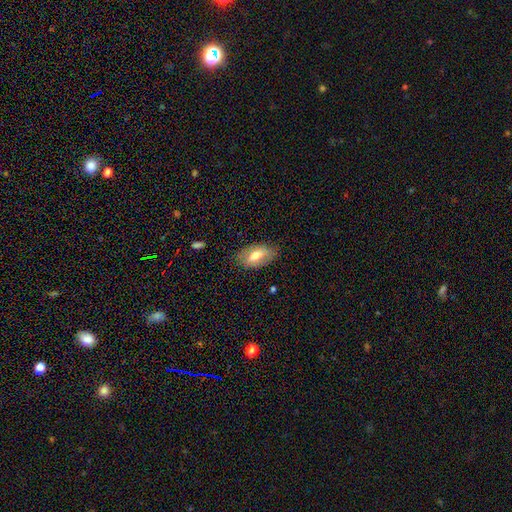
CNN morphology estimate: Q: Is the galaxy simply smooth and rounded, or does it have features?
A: smooth — 63%.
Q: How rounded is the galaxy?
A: in between — 91%.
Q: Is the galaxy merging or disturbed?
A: none — 80%.